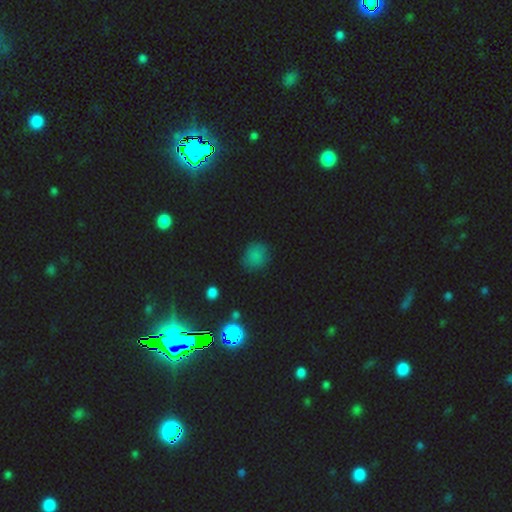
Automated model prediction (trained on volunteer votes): smooth-or-featured: smooth: 76% | star or artifact: 18% | featured or disk: 6%
  how-rounded: round: 75% | in between: 24% | cigar-shaped: 1%
  merging: none: 79% | minor disturbance: 15% | major disturbance: 4% | merger: 2%